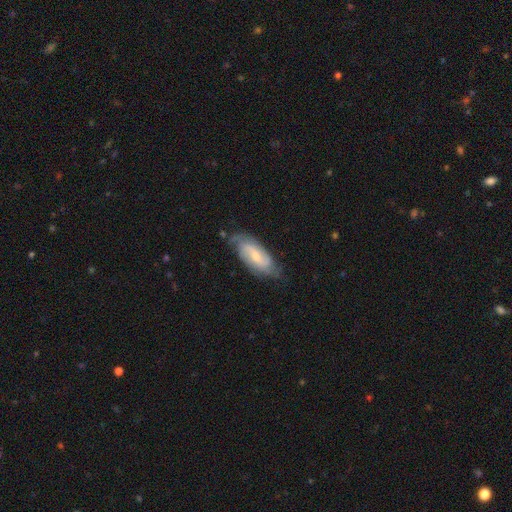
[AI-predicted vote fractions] featured or disk 70%, smooth 24%, star or artifact 6%. Down the decision tree: edge-on disk — no (92%); bar — weak (50%); spiral arms — yes (92%); spiral arm count — 2 (63%); spiral winding — medium (44%); bulge size — small (56%); merging — none (70%).